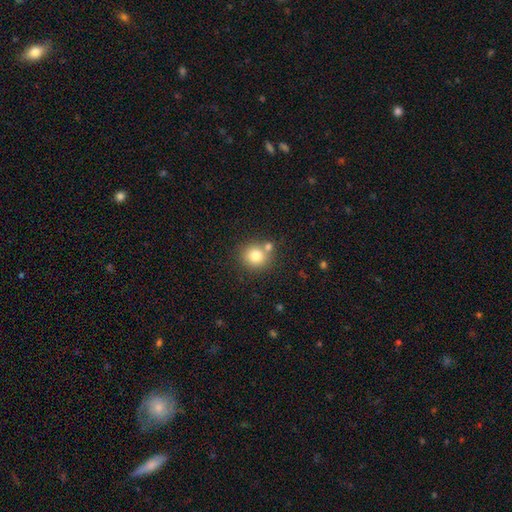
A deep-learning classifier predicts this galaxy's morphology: This is likely a smooth galaxy (78%). How rounded: clearly round (88%). Merging: likely none (66%).